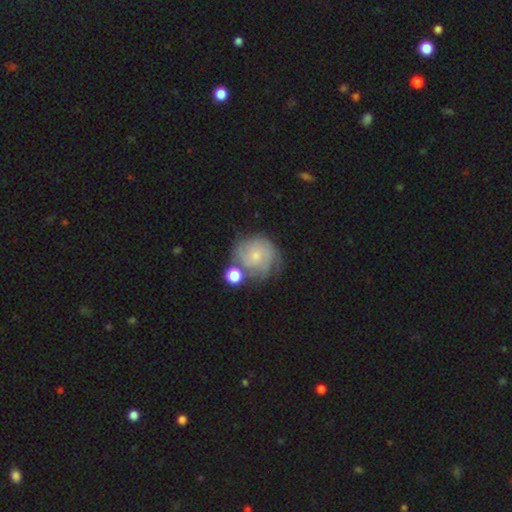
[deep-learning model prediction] smooth-or-featured: featured or disk: 66% | smooth: 25% | star or artifact: 9%
  disk-edge-on: no: 98% | yes: 2%
    bar: no: 78% | weak: 19% | strong: 3%
    has-spiral-arms: yes: 90% | no: 10%
      spiral-winding: tight: 64% | medium: 28% | loose: 9%
      spiral-arm-count: can't tell: 38% | 3: 21% | 2: 17% | 4: 13% | more than 4: 6% | 1: 5%
    bulge-size: small: 70% | moderate: 22% | none: 5% | large: 2% | dominant: 1%
  merging: none: 57% | minor disturbance: 20% | merger: 13% | major disturbance: 10%